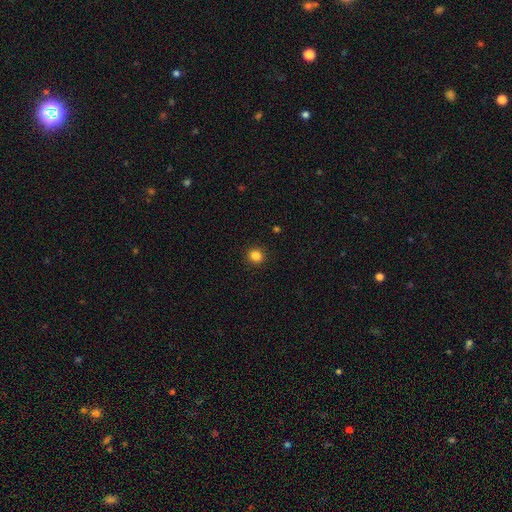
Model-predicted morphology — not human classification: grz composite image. It shows a smooth galaxy with no disk features (84%) that is round (88%). Merging: none (92%).